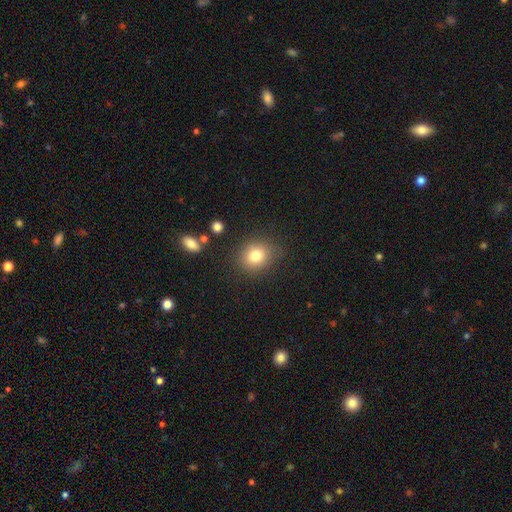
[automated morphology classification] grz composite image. It shows a smooth galaxy with no disk features (80%) that is round (68%). Merging: none (81%).